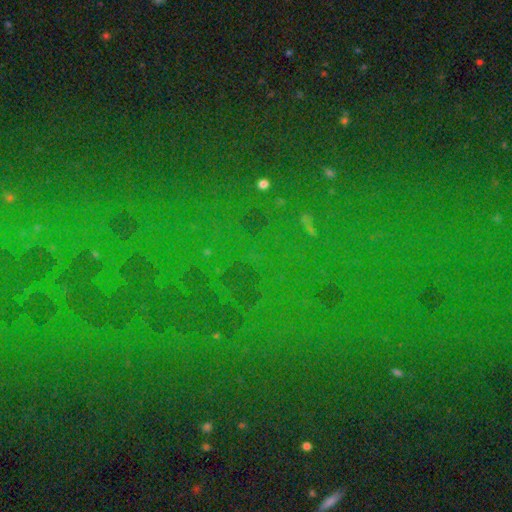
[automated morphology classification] Overall: star or artifact (79%).